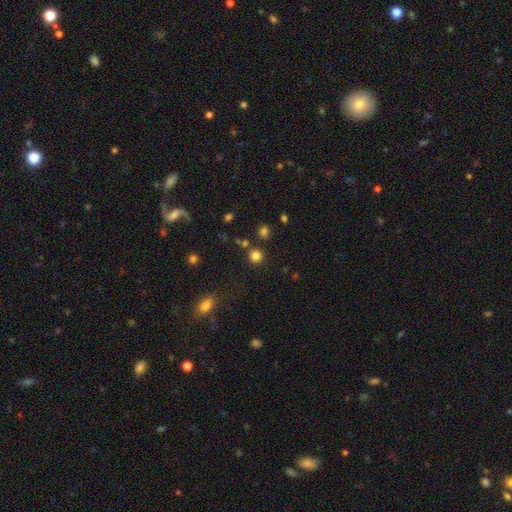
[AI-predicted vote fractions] The model was most divided on "smooth or featured": smooth: 80%, star or artifact: 15%, featured or disk: 5%. More confident: how rounded — round (92%); merging — none (84%).